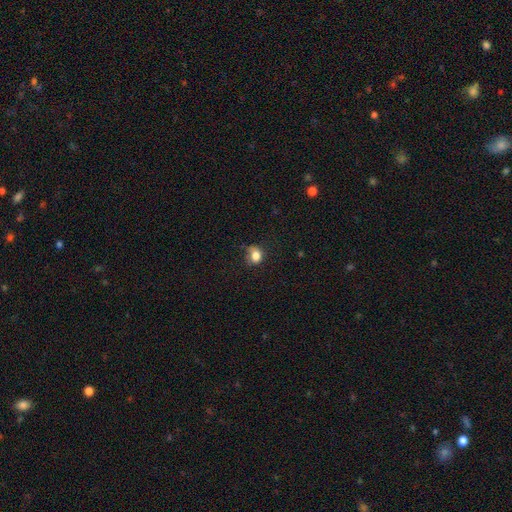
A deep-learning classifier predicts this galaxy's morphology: Q: Smooth or featured?
A: smooth (81%); runner-up: star or artifact (11%)
Q: How rounded?
A: round (57%); runner-up: in between (42%)
Q: Merging?
A: none (55%); runner-up: minor disturbance (30%)